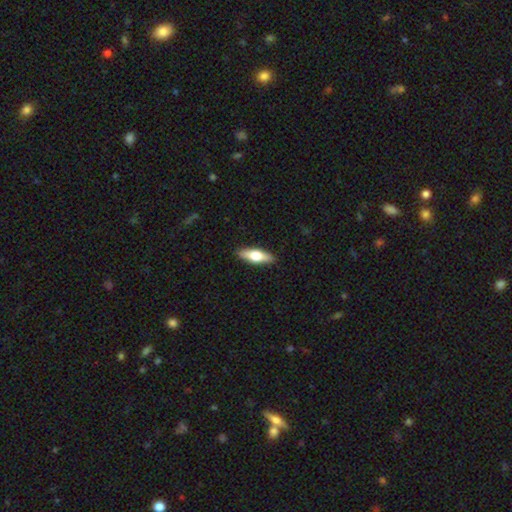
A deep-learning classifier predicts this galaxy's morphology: Q: Smooth or featured?
A: smooth (58%); runner-up: featured or disk (36%)
Q: How rounded?
A: in between (54%); runner-up: cigar-shaped (43%)
Q: Merging?
A: none (90%); runner-up: minor disturbance (7%)